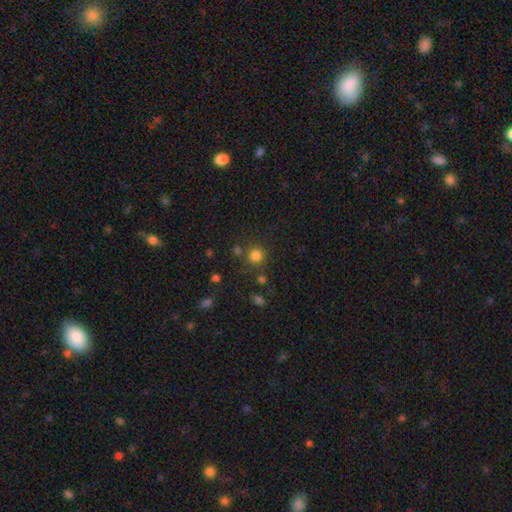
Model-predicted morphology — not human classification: Smooth or featured? Predicted: smooth (p=0.81). How rounded? Predicted: round (p=0.93). Merging? Predicted: none (p=0.78).